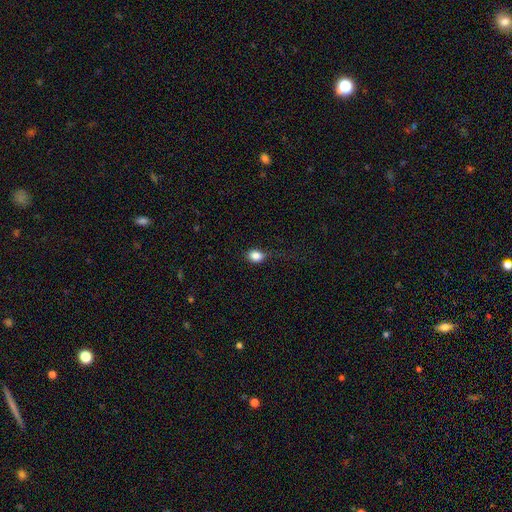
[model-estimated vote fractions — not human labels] smooth_or_featured: smooth (p=0.85) [alt: star or artifact p=0.10]
how_rounded: in between (p=0.56) [alt: round p=0.43]
merging: none (p=0.69) [alt: minor disturbance p=0.20]